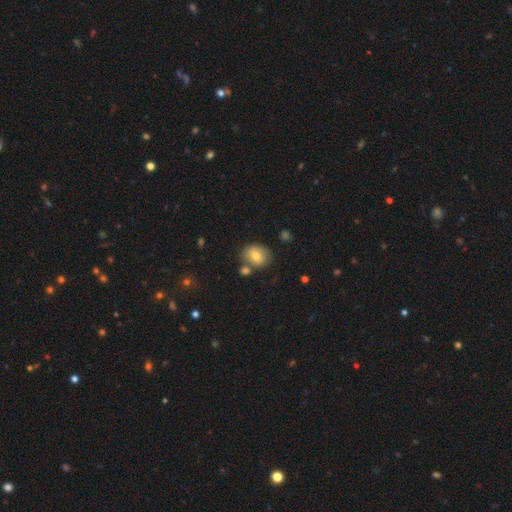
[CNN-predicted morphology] The model was most divided on "how rounded": round: 60%, in between: 39%, cigar-shaped: 1%. More confident: smooth or featured — smooth (75%); merging — none (68%).